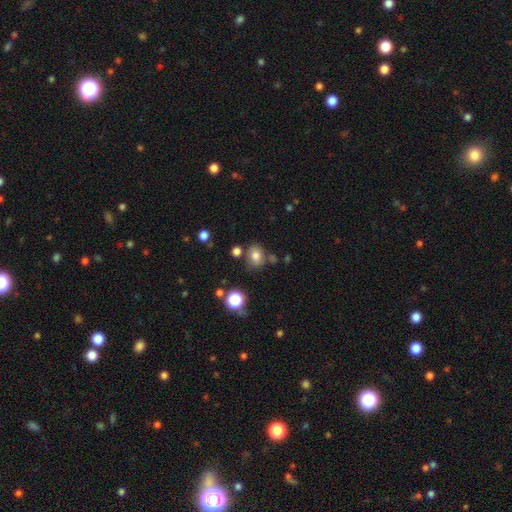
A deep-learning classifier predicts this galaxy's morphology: smooth_or_featured: smooth (p=0.77) [alt: star or artifact p=0.13]
how_rounded: in between (p=0.54) [alt: round p=0.45]
merging: none (p=0.72) [alt: minor disturbance p=0.15]